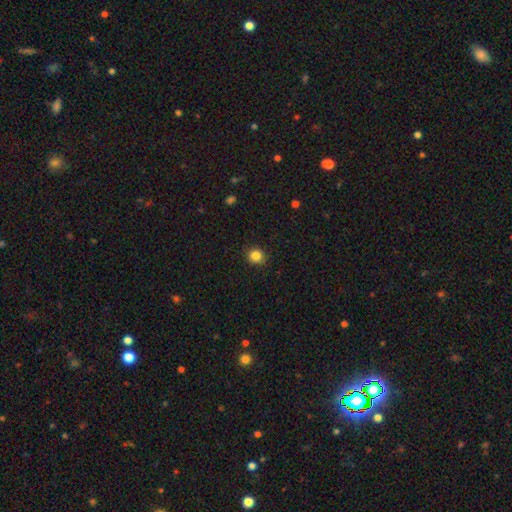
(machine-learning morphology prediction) smooth_or_featured: smooth (p=0.84) [alt: star or artifact p=0.11]
how_rounded: round (p=0.82) [alt: in between p=0.17]
merging: none (p=0.89) [alt: minor disturbance p=0.08]